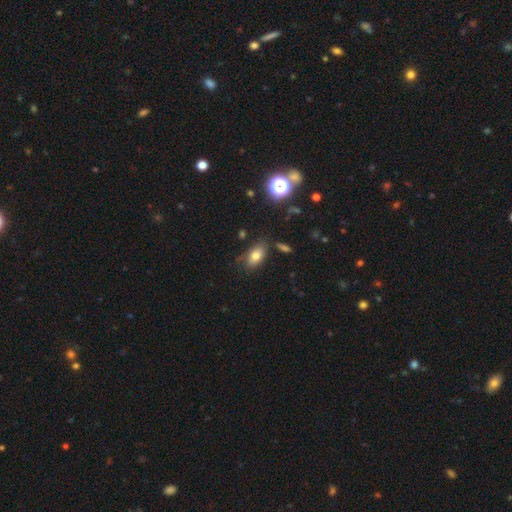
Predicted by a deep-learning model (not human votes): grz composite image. It shows a smooth galaxy with no disk features (76%) that is in between round and cigar-shaped (87%). Merging: none (71%).